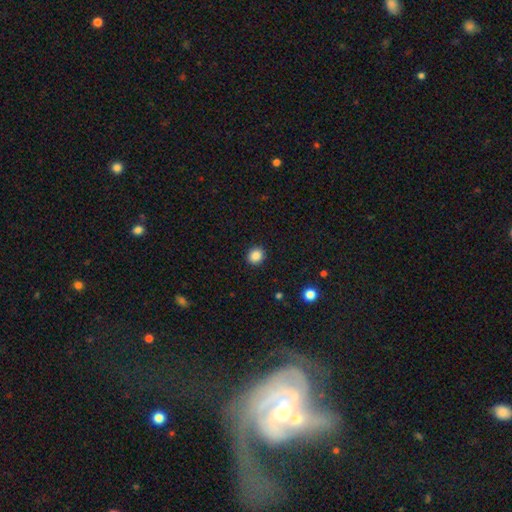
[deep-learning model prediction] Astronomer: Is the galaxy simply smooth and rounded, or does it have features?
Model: smooth — 87%.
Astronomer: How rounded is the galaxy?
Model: round — 75%.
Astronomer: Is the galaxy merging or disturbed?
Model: none — 91%.